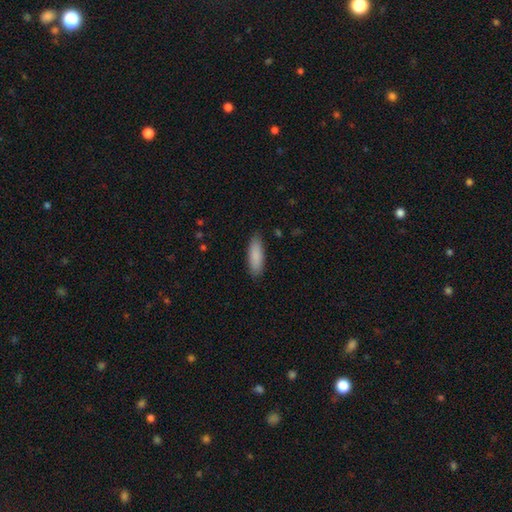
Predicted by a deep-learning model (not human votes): Q: Smooth or featured?
A: smooth (88%); runner-up: featured or disk (6%)
Q: How rounded?
A: in between (60%); runner-up: cigar-shaped (39%)
Q: Merging?
A: none (87%); runner-up: minor disturbance (10%)